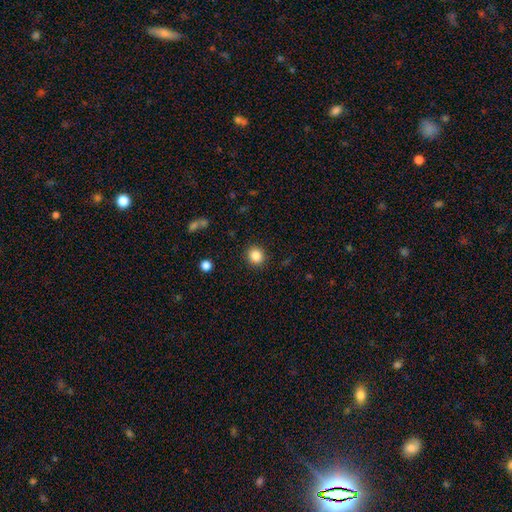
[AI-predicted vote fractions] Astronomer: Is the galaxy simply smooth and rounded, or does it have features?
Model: smooth — 85%.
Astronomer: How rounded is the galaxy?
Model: round — 85%.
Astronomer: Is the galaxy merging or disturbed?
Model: none — 89%.